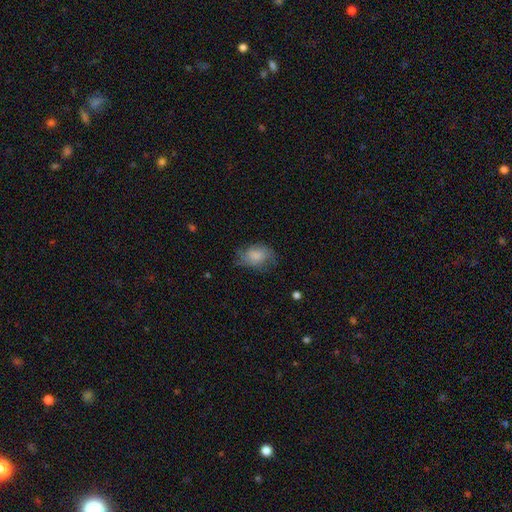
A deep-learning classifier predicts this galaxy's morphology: This appears to be a smooth galaxy with no disk features (72%) that is in between round and cigar-shaped (82%). Merging: none (52%).